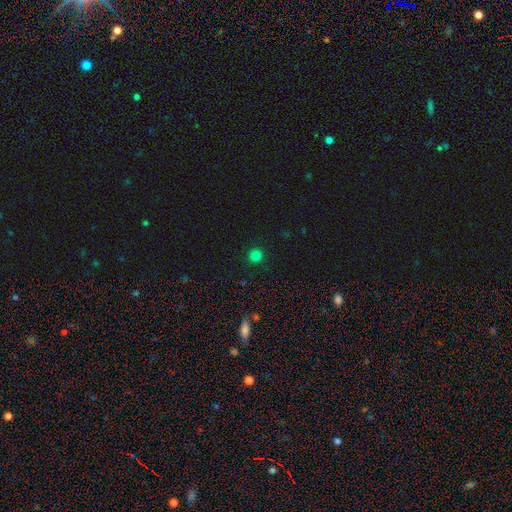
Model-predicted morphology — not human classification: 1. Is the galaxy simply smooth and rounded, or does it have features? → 80% smooth, 16% star or artifact, 3% featured or disk.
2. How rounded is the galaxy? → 95% round, 4% in between, 1% cigar-shaped.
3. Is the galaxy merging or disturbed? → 92% none, 5% minor disturbance, 2% major disturbance, 1% merger.